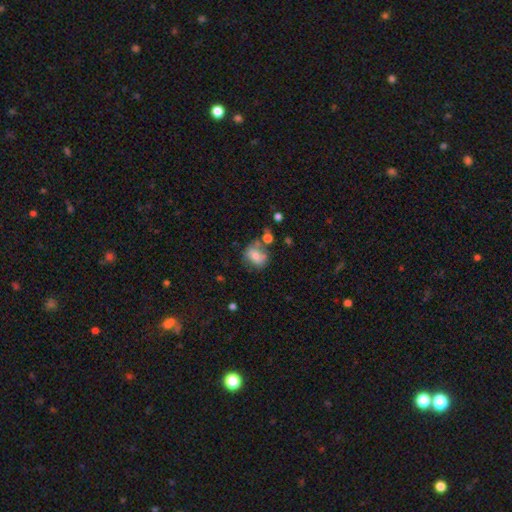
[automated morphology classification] smooth 64%, featured or disk 26%, star or artifact 10%. Down the decision tree: how rounded — in between (51%); merging — none (47%).